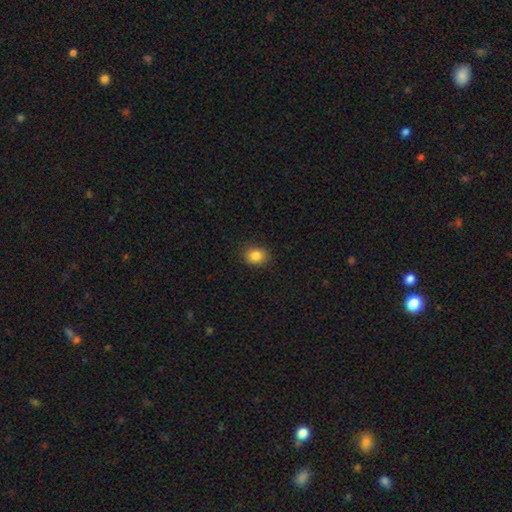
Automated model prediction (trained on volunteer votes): Morphology: type=smooth (85%); roundness=round (61%); merging=none (87%).